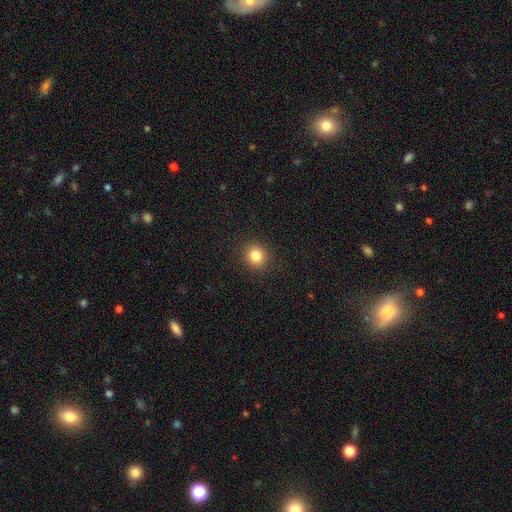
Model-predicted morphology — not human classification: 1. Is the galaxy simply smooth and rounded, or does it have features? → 83% smooth, 11% star or artifact, 5% featured or disk.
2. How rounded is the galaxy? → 87% round, 12% in between, 1% cigar-shaped.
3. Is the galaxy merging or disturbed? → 91% none, 6% minor disturbance, 2% major disturbance, 1% merger.